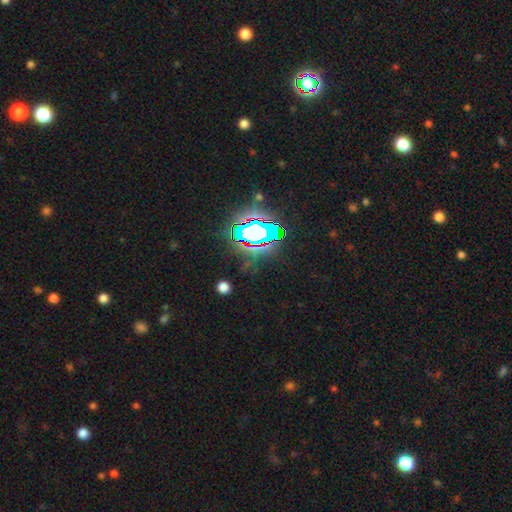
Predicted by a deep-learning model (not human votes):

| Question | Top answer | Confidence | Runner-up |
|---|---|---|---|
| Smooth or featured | star or artifact | 83% | smooth (10%) |